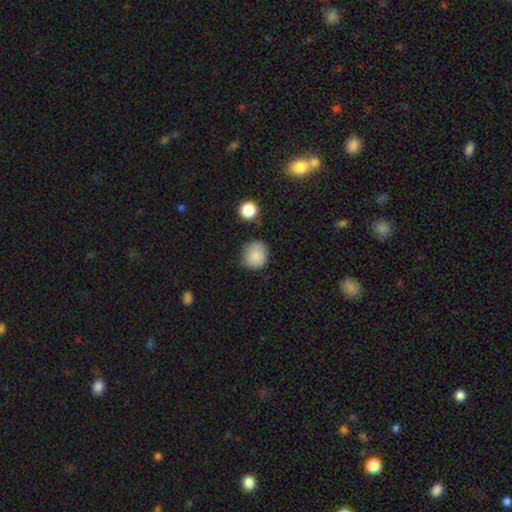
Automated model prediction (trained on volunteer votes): Smooth or featured: smooth — 86% (star or artifact — 9%)
How rounded: round — 84% (in between — 15%)
Merging: none — 74% (minor disturbance — 19%)